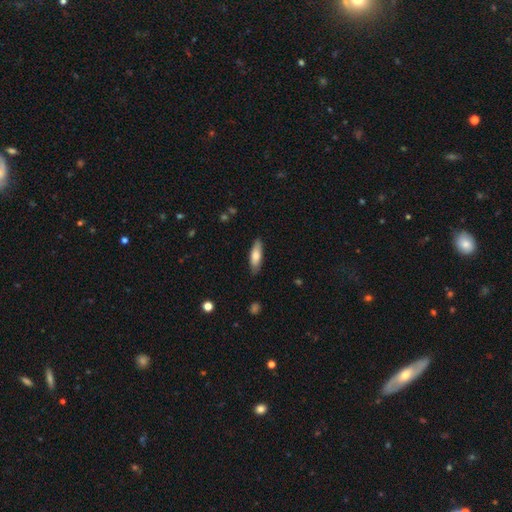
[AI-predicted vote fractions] Q: Smooth or featured?
A: smooth (72%); runner-up: featured or disk (23%)
Q: How rounded?
A: cigar-shaped (49%); tied with: in between (49%)
Q: Merging?
A: none (85%); runner-up: minor disturbance (12%)